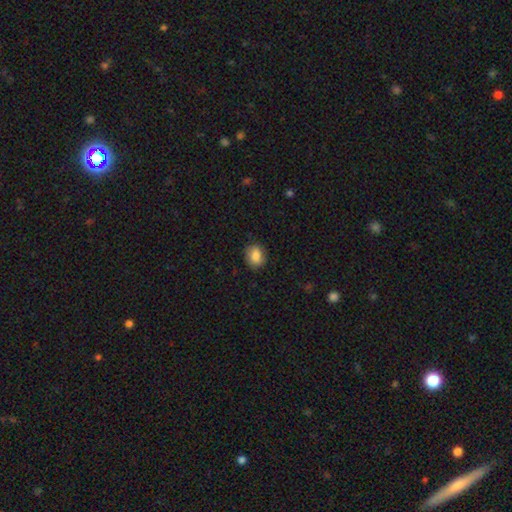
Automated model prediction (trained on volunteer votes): Smooth or featured? smooth (84%)
How rounded? round (51%)
Merging? none (85%)